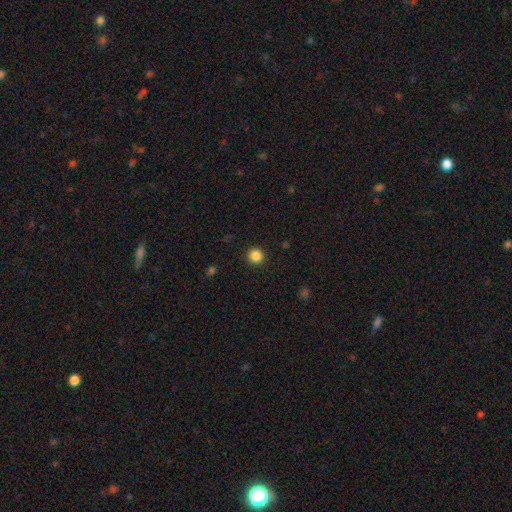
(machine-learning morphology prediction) Smooth or featured: smooth — 86% (star or artifact — 11%)
How rounded: round — 94% (in between — 5%)
Merging: none — 92% (minor disturbance — 5%)